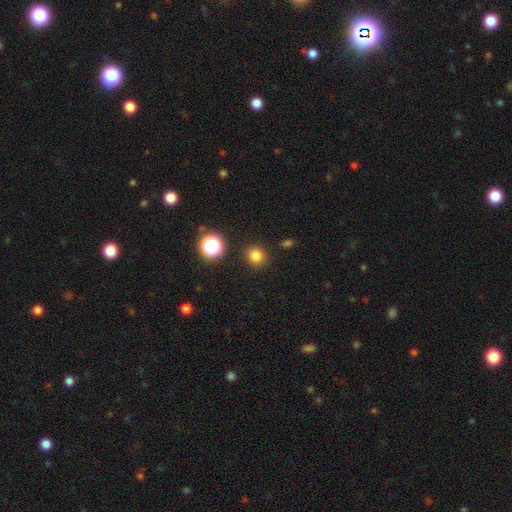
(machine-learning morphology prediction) smooth_or_featured: smooth (p=0.80) [alt: star or artifact p=0.16]
how_rounded: round (p=0.89) [alt: in between p=0.10]
merging: none (p=0.90) [alt: minor disturbance p=0.06]